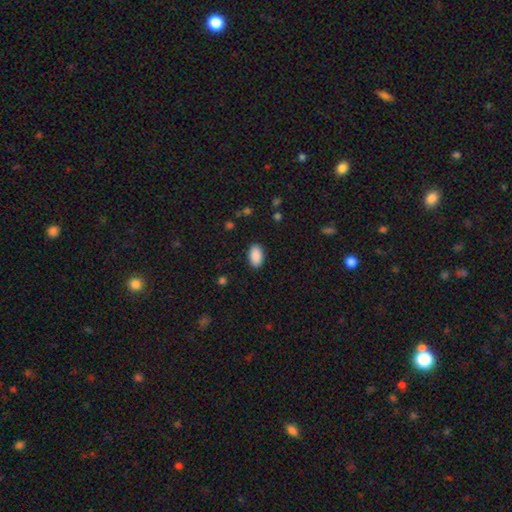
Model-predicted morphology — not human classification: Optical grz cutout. It shows a smooth galaxy with no disk features (90%) that is in between round and cigar-shaped (94%). Merging: none (89%).